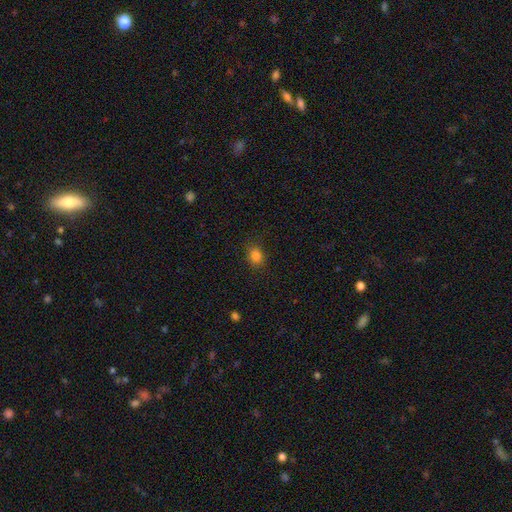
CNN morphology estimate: This is clearly a smooth galaxy (84%). How rounded: possibly in between (51%). Merging: clearly none (85%).